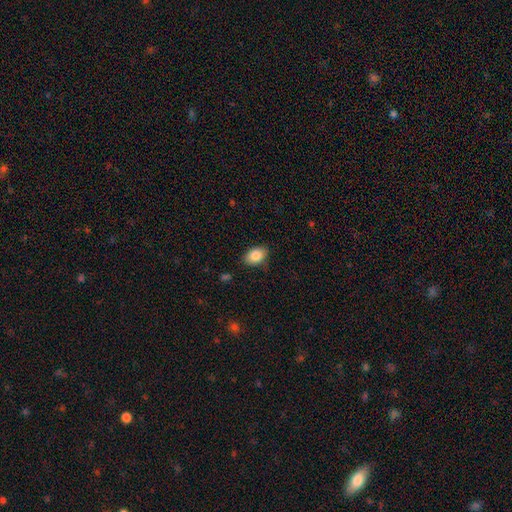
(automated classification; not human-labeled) Smooth or featured: smooth — 85% (star or artifact — 7%)
How rounded: in between — 85% (round — 13%)
Merging: none — 83% (minor disturbance — 13%)